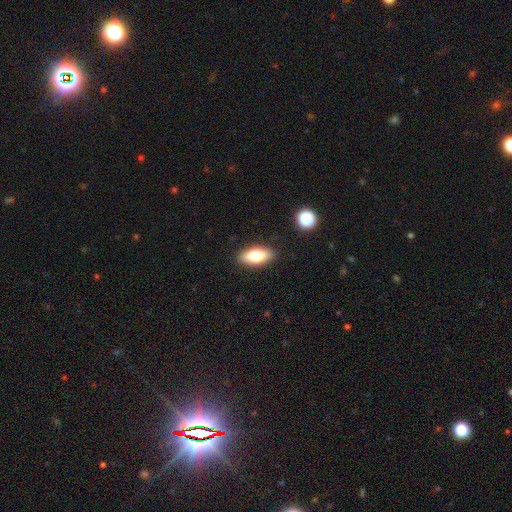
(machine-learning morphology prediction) Smooth or featured? smooth (75%)
How rounded? in between (84%)
Merging? none (88%)